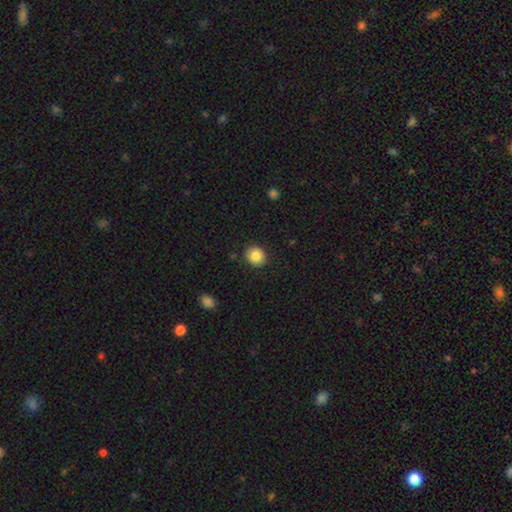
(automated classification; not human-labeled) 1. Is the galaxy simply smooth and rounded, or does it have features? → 85% smooth, 9% star or artifact, 6% featured or disk.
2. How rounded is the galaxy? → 82% round, 17% in between, 1% cigar-shaped.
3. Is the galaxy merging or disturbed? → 90% none, 7% minor disturbance, 2% major disturbance, 1% merger.